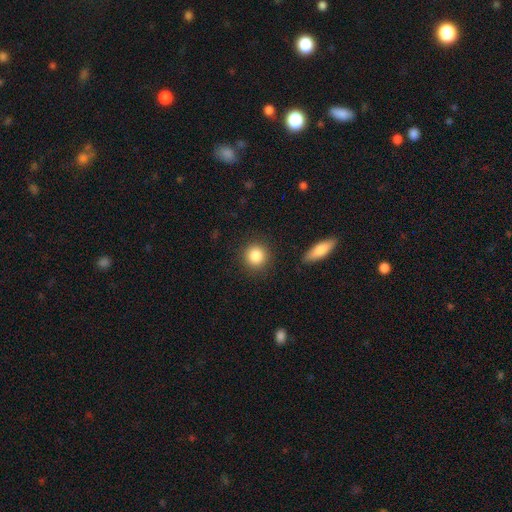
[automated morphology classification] The model was most divided on "smooth or featured": smooth: 85%, star or artifact: 10%, featured or disk: 6%. More confident: how rounded — round (92%); merging — none (89%).